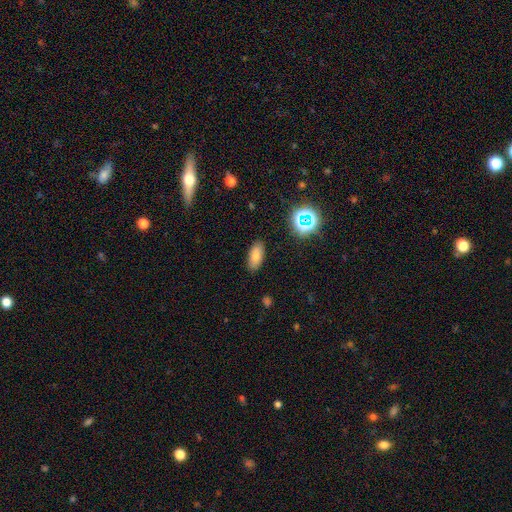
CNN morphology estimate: smooth 78%, star or artifact 12%, featured or disk 10%. Down the decision tree: how rounded — in between (86%); merging — none (87%).